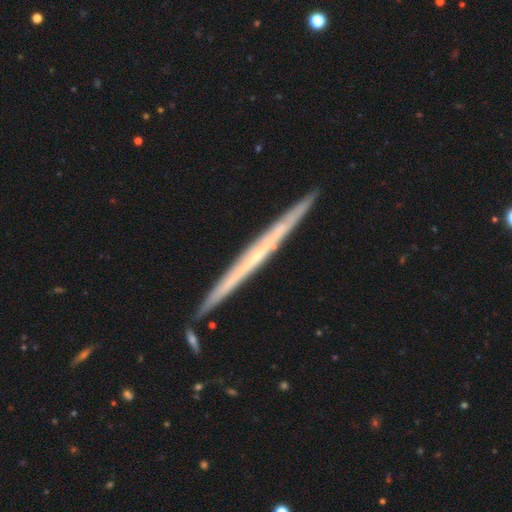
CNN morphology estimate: Smooth or featured?
  - featured or disk: 71% *
  - smooth: 23%
  - star or artifact: 6%
Edge-on disk?
  - yes: 97% *
  - no: 3%
Edge-on bulge?
  - none: 82% *
  - rounded: 14%
  - boxy: 4%
Merging?
  - none: 90% *
  - minor disturbance: 7%
  - merger: 1%
  - major disturbance: 1%